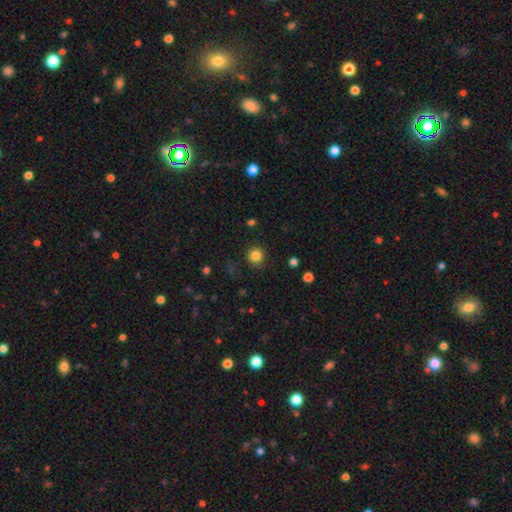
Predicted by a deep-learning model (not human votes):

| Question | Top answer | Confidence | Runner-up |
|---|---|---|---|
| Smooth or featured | smooth | 83% | star or artifact (12%) |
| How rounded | round | 92% | in between (7%) |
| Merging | none | 87% | minor disturbance (9%) |